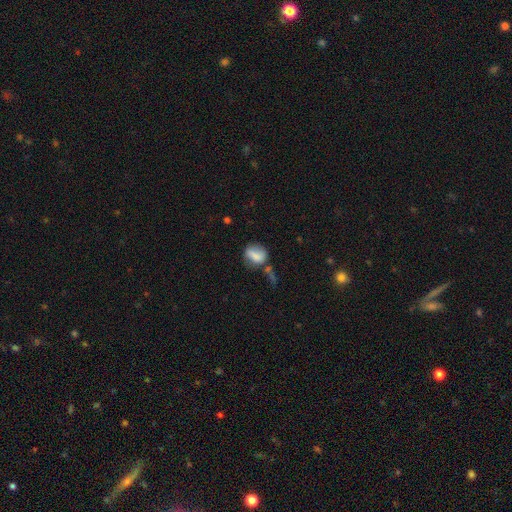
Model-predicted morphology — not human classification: Smooth or featured: smooth — 73% (featured or disk — 18%)
How rounded: in between — 60% (round — 36%)
Merging: none — 45% (minor disturbance — 26%)